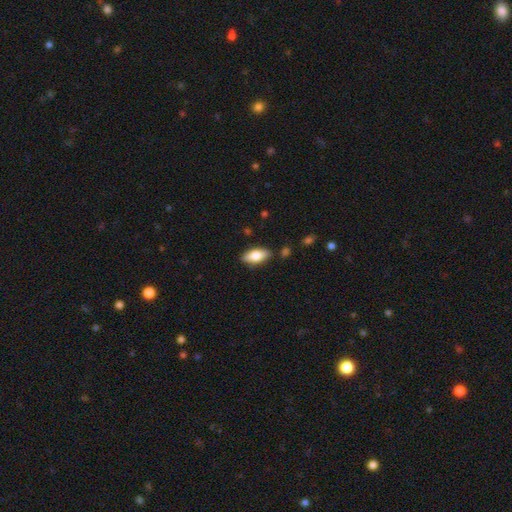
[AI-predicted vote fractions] A smooth galaxy with no disk features (77%) that is in between round and cigar-shaped (86%). Merging: none (84%).